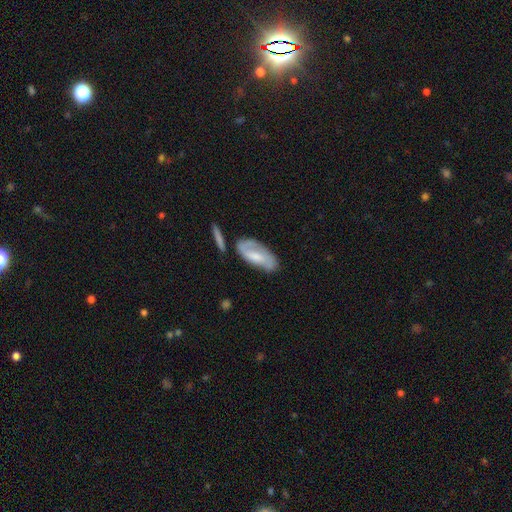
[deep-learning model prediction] A featured or disk galaxy (51%).

Vote fractions:
- Smooth or featured? featured or disk: 51% / smooth: 43% / star or artifact: 6%
- Edge-on disk? no: 88% / yes: 12%
- Merging? none: 56% / minor disturbance: 24% / major disturbance: 11% / merger: 8%